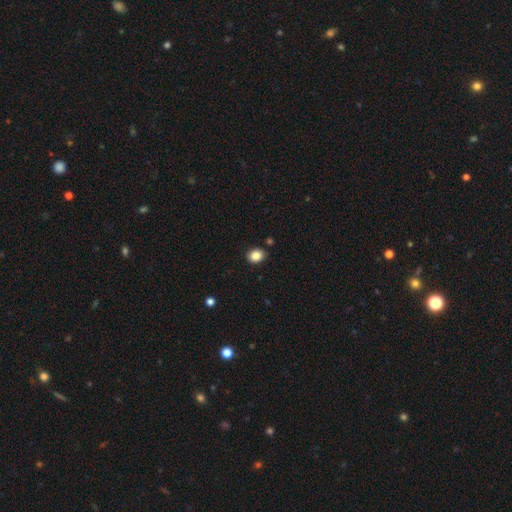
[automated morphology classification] Q: Smooth or featured?
A: smooth (86%); runner-up: star or artifact (10%)
Q: How rounded?
A: round (55%); runner-up: in between (44%)
Q: Merging?
A: none (88%); runner-up: minor disturbance (8%)